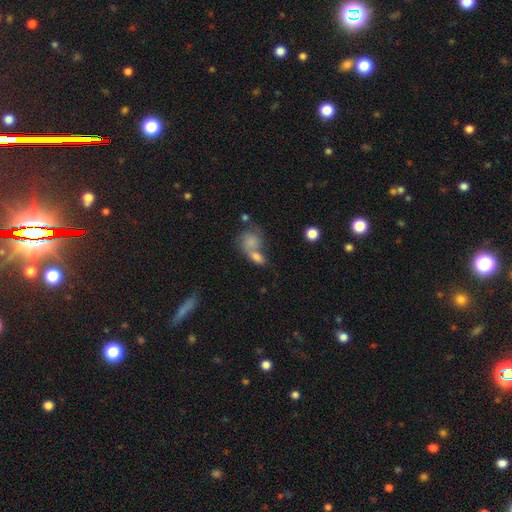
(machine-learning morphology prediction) A smooth galaxy with no disk features (71%) that is in between round and cigar-shaped (56%). Merging: merger (52%).